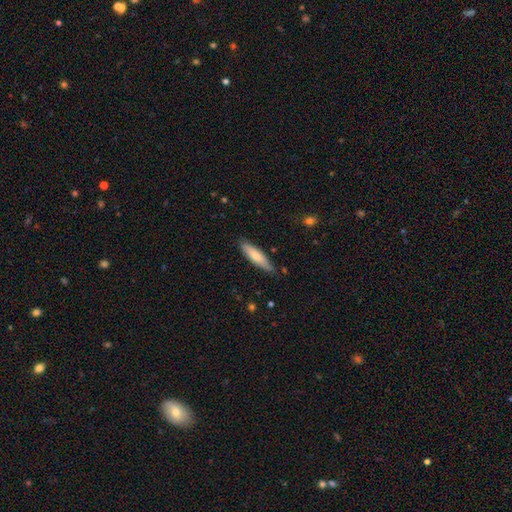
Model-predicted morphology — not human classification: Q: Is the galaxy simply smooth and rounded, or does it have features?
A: smooth — 69%.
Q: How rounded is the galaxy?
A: cigar-shaped — 68%.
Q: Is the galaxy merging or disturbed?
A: none — 79%.